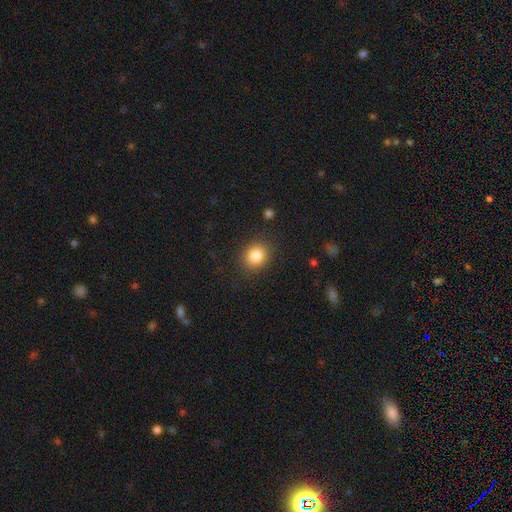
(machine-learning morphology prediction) This appears to be a smooth galaxy with no disk features (83%) that is round (68%). Merging: none (88%).